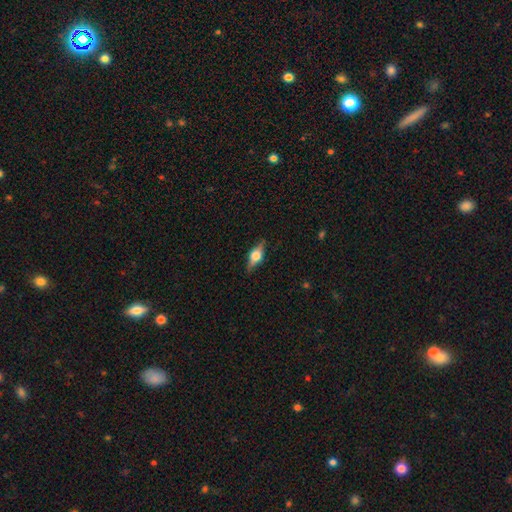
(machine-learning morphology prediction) This appears to be a featured or disk galaxy (58%) viewed edge-on (94%) with a rounded central bulge (92%). Merging: none (85%).